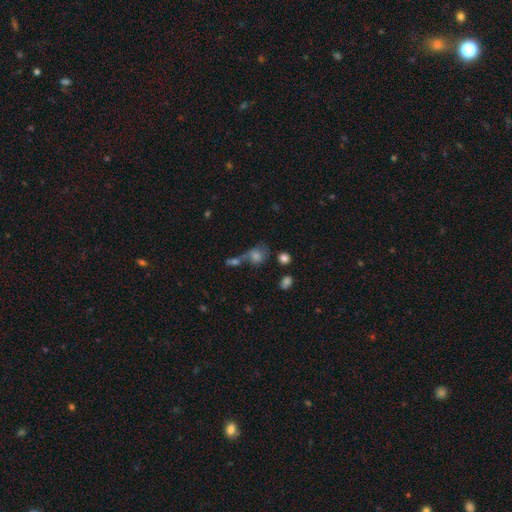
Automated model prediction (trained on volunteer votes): smooth-or-featured: smooth: 54% | star or artifact: 23% | featured or disk: 23%
  how-rounded: round: 61% | in between: 36% | cigar-shaped: 4%
  merging: none: 38% | merger: 36% | minor disturbance: 13% | major disturbance: 12%